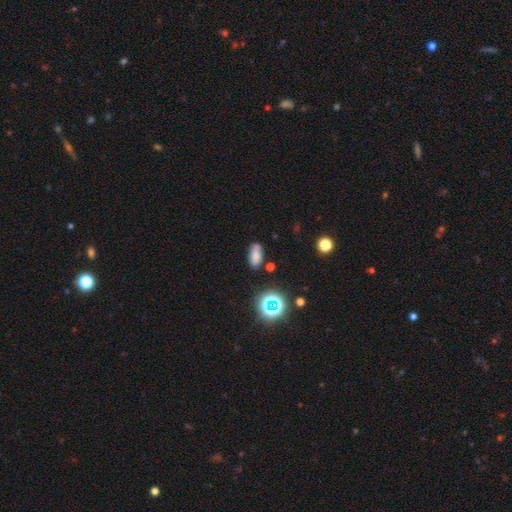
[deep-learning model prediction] A smooth galaxy with no disk features (74%) that is in between round and cigar-shaped (88%).

Vote fractions:
- Smooth or featured? smooth: 74% / star or artifact: 17% / featured or disk: 9%
- How rounded? in between: 88% / round: 6% / cigar-shaped: 6%
- Merging? none: 76% / minor disturbance: 17% / major disturbance: 4% / merger: 4%